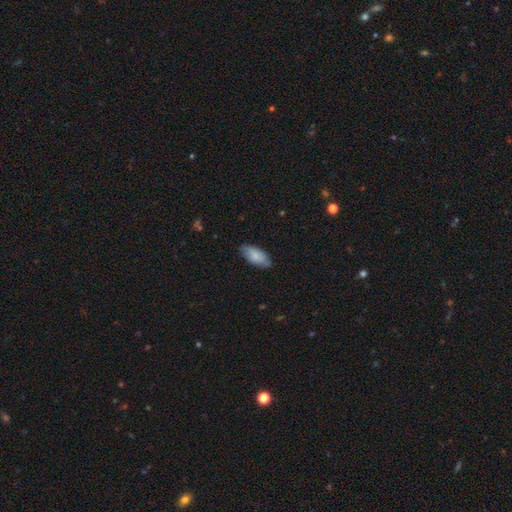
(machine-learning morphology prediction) A smooth galaxy with no disk features (77%) that is in between round and cigar-shaped (90%). Merging: none (76%).